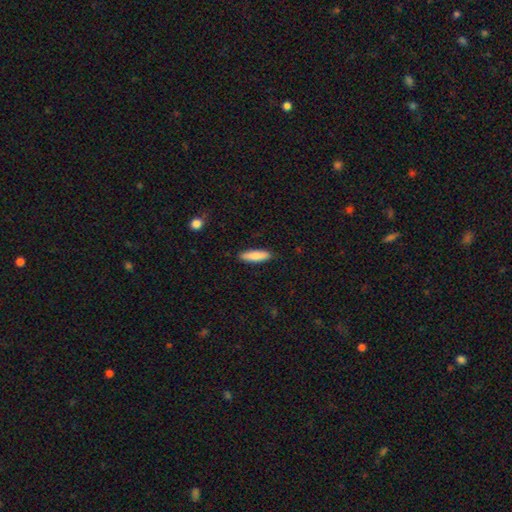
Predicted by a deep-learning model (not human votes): This is clearly a smooth galaxy (86%). How rounded: likely cigar-shaped (60%). Merging: clearly none (89%).